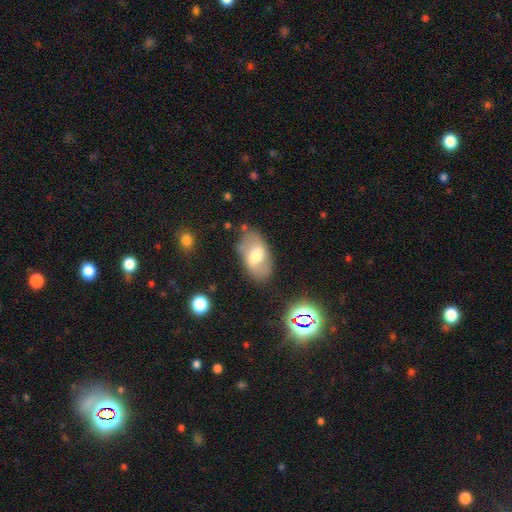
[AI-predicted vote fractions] A smooth galaxy with no disk features (48%). Merging: none (74%).